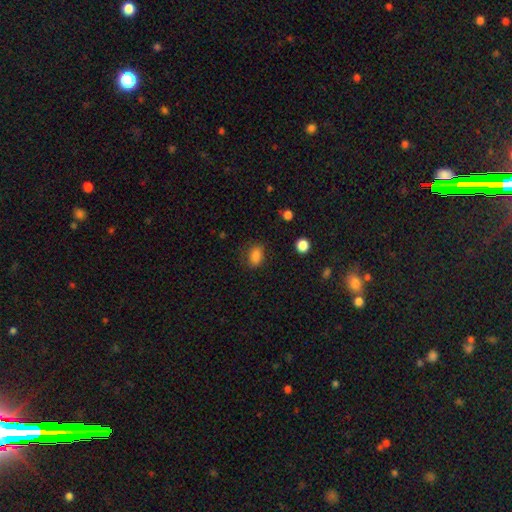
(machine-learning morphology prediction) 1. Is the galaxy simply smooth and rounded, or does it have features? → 83% smooth, 10% star or artifact, 7% featured or disk.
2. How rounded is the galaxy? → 70% in between, 29% round, 1% cigar-shaped.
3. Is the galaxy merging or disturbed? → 75% none, 18% minor disturbance, 6% major disturbance, 1% merger.